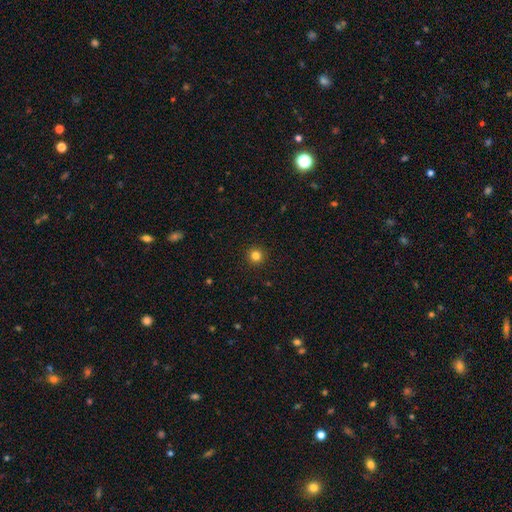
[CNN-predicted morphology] Smooth or featured?
  - smooth: 82% *
  - star or artifact: 14%
  - featured or disk: 5%
How rounded?
  - round: 96% *
  - in between: 3%
  - cigar-shaped: 1%
Merging?
  - none: 94% *
  - minor disturbance: 4%
  - major disturbance: 2%
  - merger: 1%